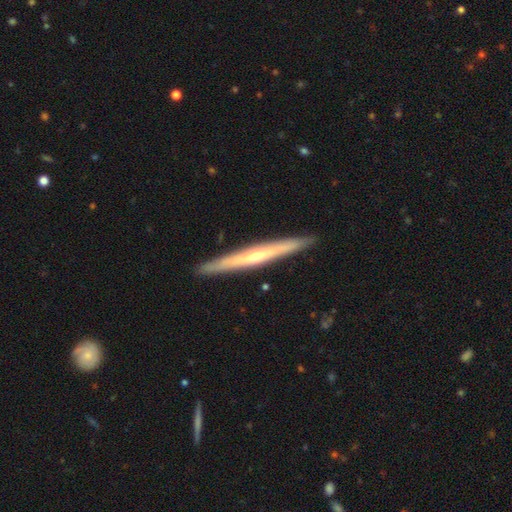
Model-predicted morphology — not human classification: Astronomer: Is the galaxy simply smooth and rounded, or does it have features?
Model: featured or disk — 72%.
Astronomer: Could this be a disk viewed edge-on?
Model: yes — 97%.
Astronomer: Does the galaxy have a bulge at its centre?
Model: rounded — 67%.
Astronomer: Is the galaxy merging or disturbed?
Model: none — 92%.